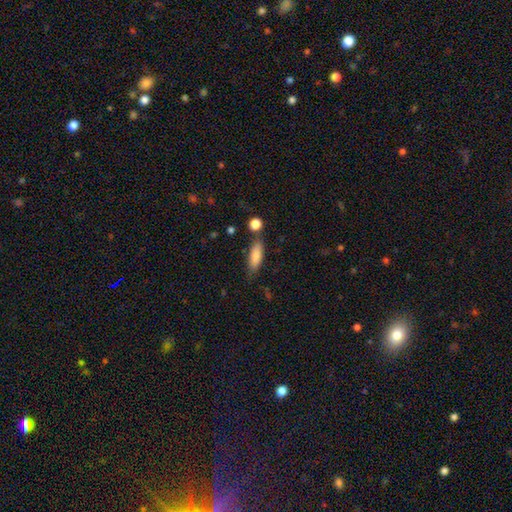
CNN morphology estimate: Q: Smooth or featured?
A: smooth (83%); runner-up: featured or disk (11%)
Q: How rounded?
A: in between (59%); runner-up: cigar-shaped (38%)
Q: Merging?
A: none (73%); runner-up: minor disturbance (16%)